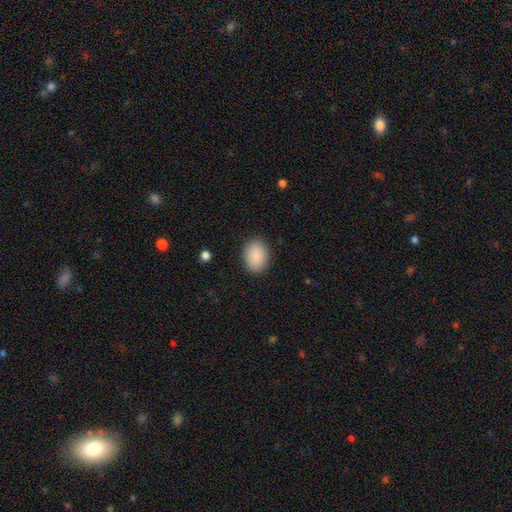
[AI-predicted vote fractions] Q: Smooth or featured?
A: smooth (89%); runner-up: star or artifact (7%)
Q: How rounded?
A: in between (70%); runner-up: round (30%)
Q: Merging?
A: none (88%); runner-up: minor disturbance (9%)